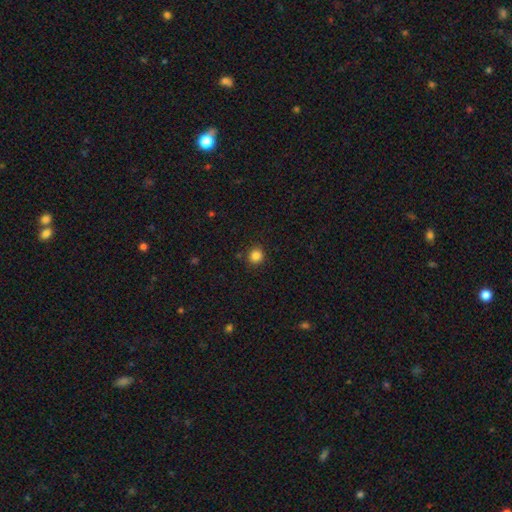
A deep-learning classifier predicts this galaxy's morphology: Smooth or featured?
  - smooth: 85% *
  - star or artifact: 12%
  - featured or disk: 4%
How rounded?
  - round: 91% *
  - in between: 8%
  - cigar-shaped: 1%
Merging?
  - none: 90% *
  - minor disturbance: 6%
  - major disturbance: 2%
  - merger: 2%